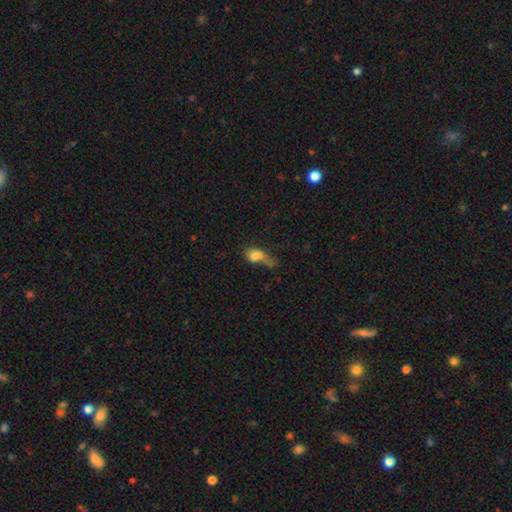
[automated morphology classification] Q: Smooth or featured?
A: smooth (72%); runner-up: featured or disk (16%)
Q: How rounded?
A: in between (71%); runner-up: round (22%)
Q: Merging?
A: major disturbance (43%); runner-up: minor disturbance (20%)